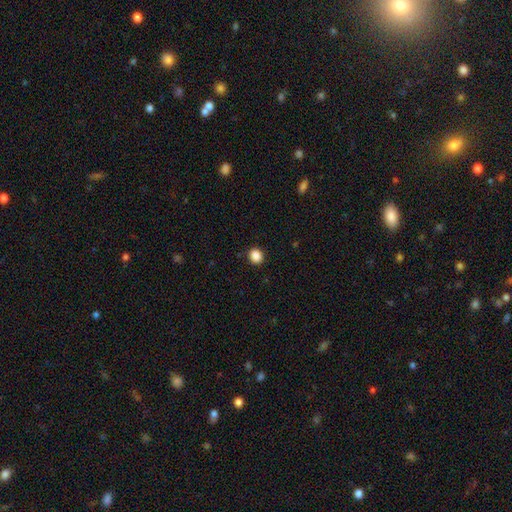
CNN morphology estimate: This appears to be a smooth galaxy with no disk features (87%) that is round (74%). Merging: none (90%).